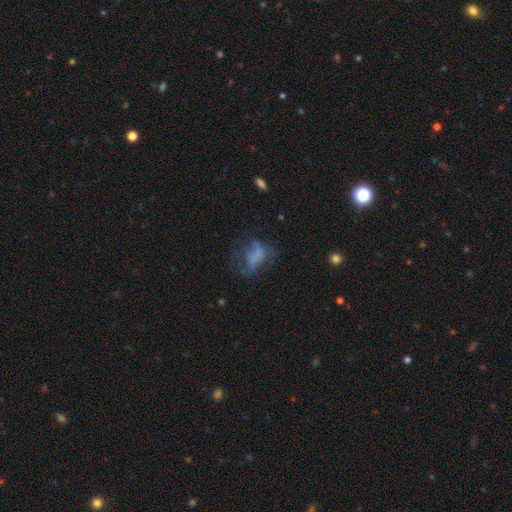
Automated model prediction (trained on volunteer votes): Smooth or featured? Predicted: smooth (p=0.46). Merging? Predicted: none (p=0.39).